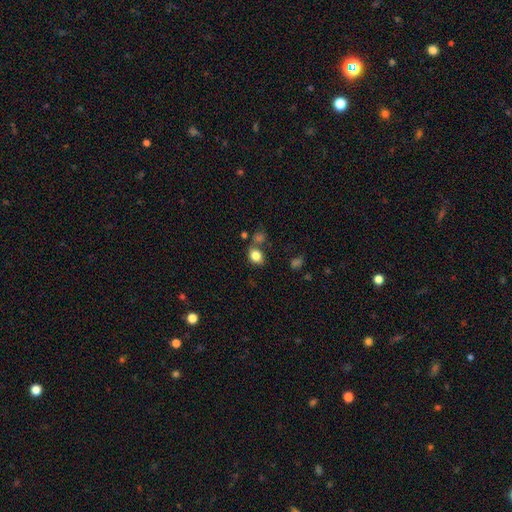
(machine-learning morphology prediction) This is clearly a smooth galaxy (82%). How rounded: possibly in between (54%). Merging: likely none (62%).